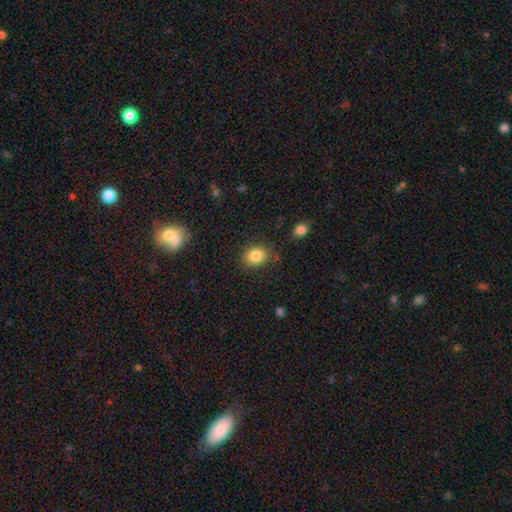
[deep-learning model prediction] Overall: smooth (84%). How rounded: in between (54%; round 45%). Merging: none (78%).